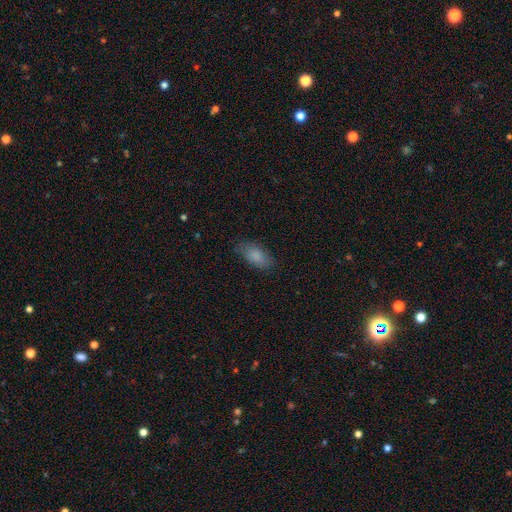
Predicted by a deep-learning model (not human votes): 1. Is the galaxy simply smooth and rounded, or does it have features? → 85% smooth, 7% featured or disk, 7% star or artifact.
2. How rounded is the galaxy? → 91% in between, 6% cigar-shaped, 3% round.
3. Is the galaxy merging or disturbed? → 79% none, 16% minor disturbance, 4% major disturbance, 1% merger.